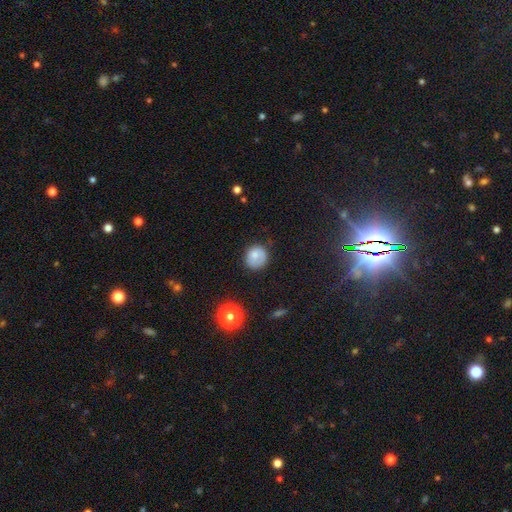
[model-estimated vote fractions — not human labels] The model was most divided on "merging": none: 73%, minor disturbance: 19%, major disturbance: 6%, merger: 2%. More confident: how rounded — round (85%); smooth or featured — smooth (76%).